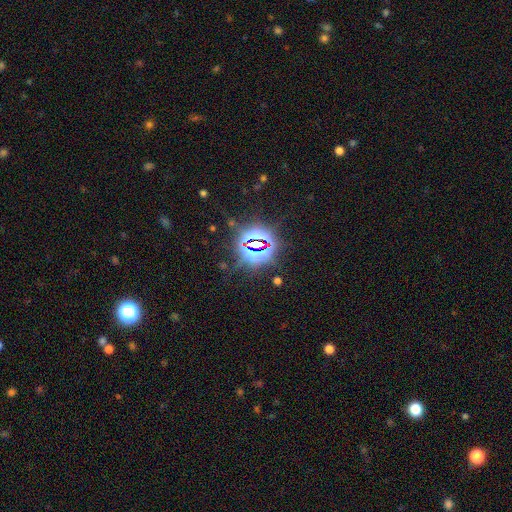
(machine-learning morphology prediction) Q: Smooth or featured?
A: star or artifact (84%); runner-up: smooth (9%)